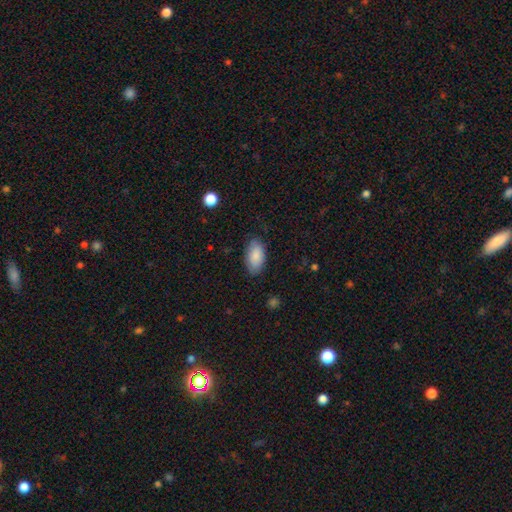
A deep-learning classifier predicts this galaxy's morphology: smooth 87%, featured or disk 7%, star or artifact 6%. Down the decision tree: how rounded — in between (94%); merging — none (82%).